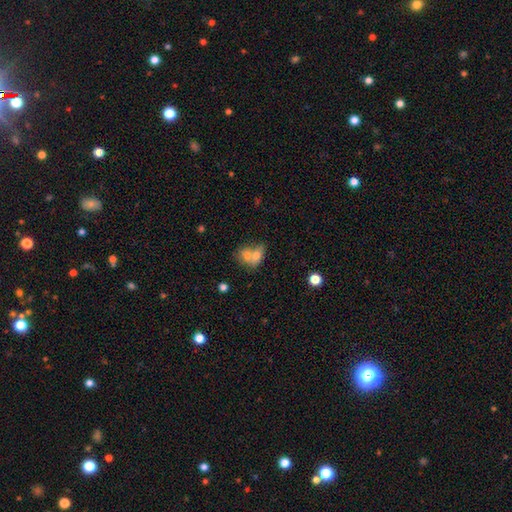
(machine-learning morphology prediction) Smooth or featured?
  - smooth: 69% *
  - featured or disk: 22%
  - star or artifact: 9%
How rounded?
  - in between: 63% *
  - round: 35%
  - cigar-shaped: 2%
Merging?
  - merger: 69% *
  - none: 19%
  - minor disturbance: 7%
  - major disturbance: 5%